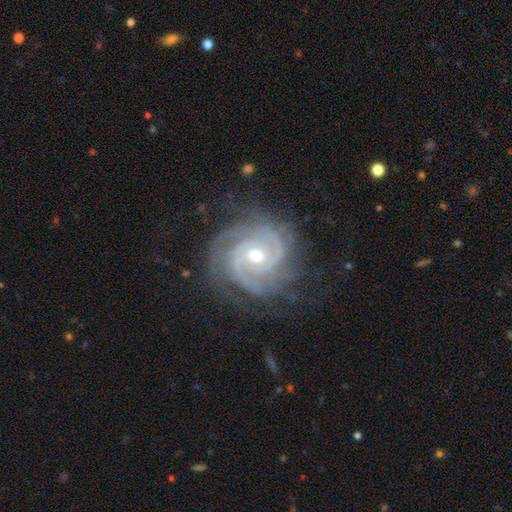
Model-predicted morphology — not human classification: Q: Smooth or featured?
A: featured or disk (91%); runner-up: star or artifact (5%)
Q: Edge-on disk?
A: no (98%); runner-up: yes (2%)
Q: Bar?
A: no (50%); runner-up: weak (38%)
Q: Spiral arms?
A: yes (98%); runner-up: no (2%)
Q: Spiral winding?
A: tight (74%); runner-up: medium (23%)
Q: Spiral arm count?
A: 3 (32%); runner-up: 2 (20%)
Q: Bulge size?
A: moderate (62%); runner-up: small (32%)
Q: Merging?
A: none (74%); runner-up: minor disturbance (18%)